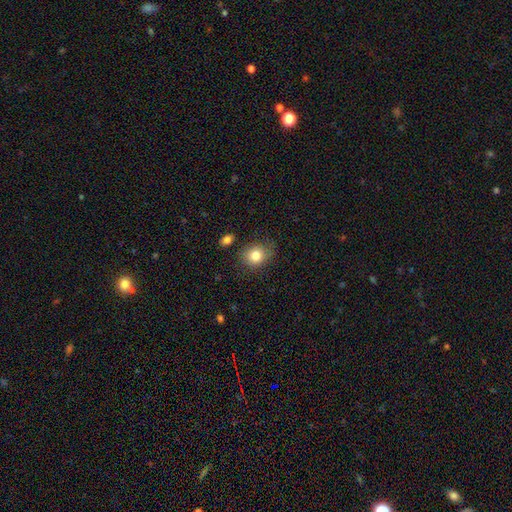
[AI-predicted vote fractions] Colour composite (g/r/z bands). It shows a smooth galaxy with no disk features (81%) that is round (60%). Merging: none (75%).